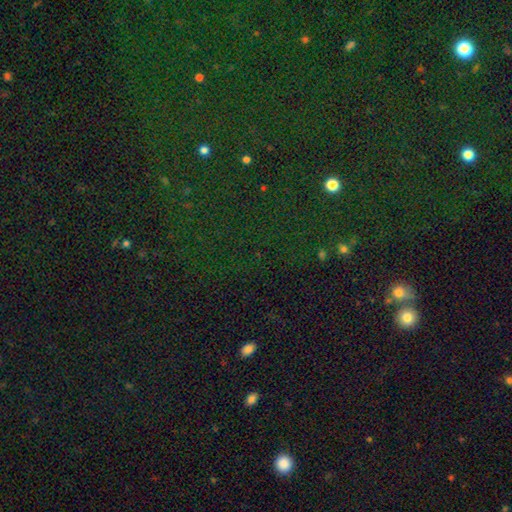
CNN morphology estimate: Smooth or featured? star or artifact (74%)